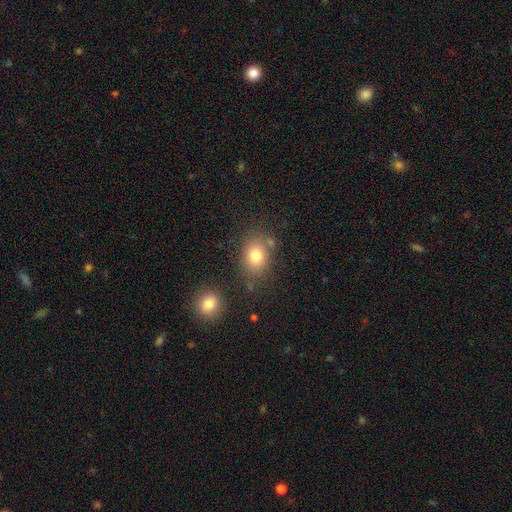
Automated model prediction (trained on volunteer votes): The model was most divided on "how rounded": in between: 61%, round: 38%, cigar-shaped: 1%. More confident: smooth or featured — smooth (78%); merging — none (72%).